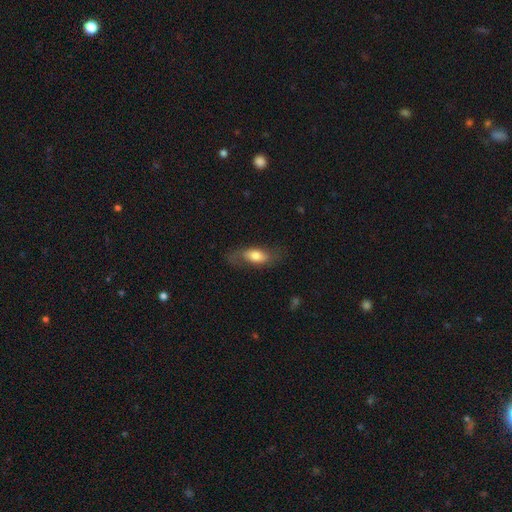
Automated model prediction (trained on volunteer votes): The model was most divided on "smooth or featured": smooth: 60%, featured or disk: 33%, star or artifact: 7%. More confident: how rounded — in between (78%); merging — none (62%).